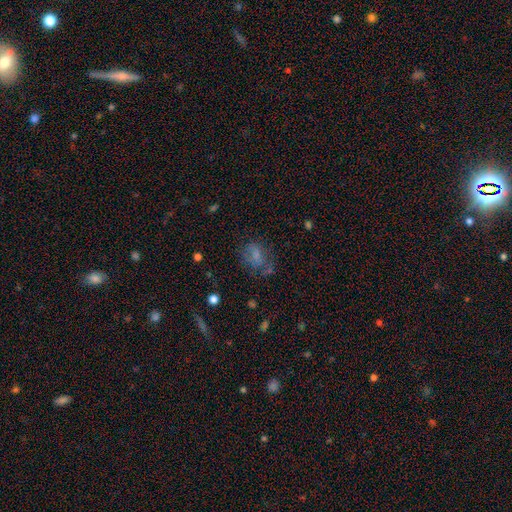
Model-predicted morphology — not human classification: A smooth galaxy with no disk features (64%) that is in between round and cigar-shaped (63%). Merging: none (48%).